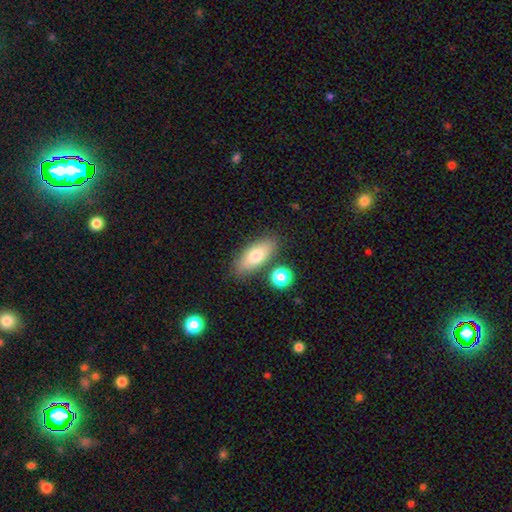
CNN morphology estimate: Q: Smooth or featured?
A: smooth (74%); runner-up: featured or disk (19%)
Q: How rounded?
A: in between (79%); runner-up: cigar-shaped (17%)
Q: Merging?
A: none (78%); runner-up: minor disturbance (12%)